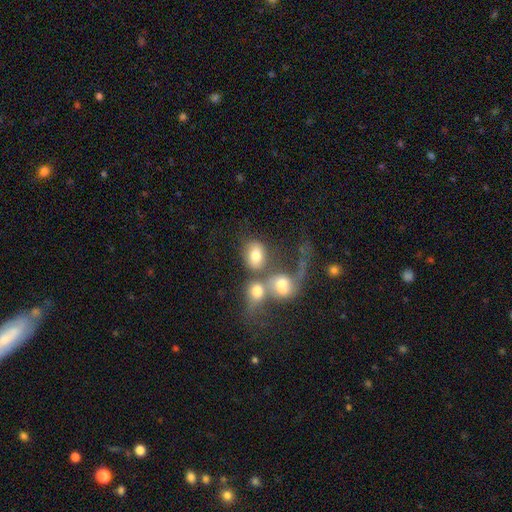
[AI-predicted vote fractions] The model was most divided on "merging": merger: 44%, none: 29%, major disturbance: 16%, minor disturbance: 11%. More confident: smooth or featured — smooth (68%); how rounded — in between (59%).